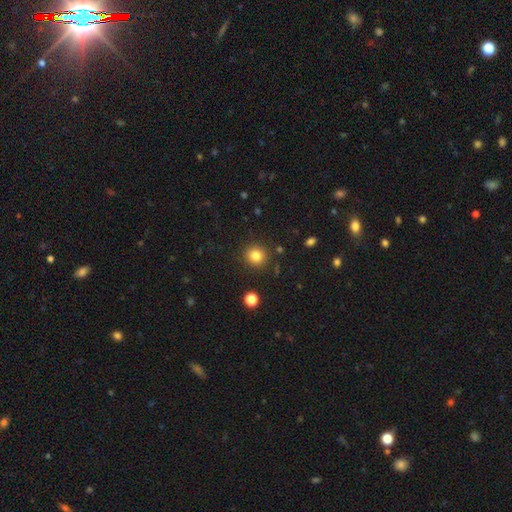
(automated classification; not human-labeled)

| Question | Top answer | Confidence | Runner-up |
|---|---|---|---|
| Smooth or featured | smooth | 82% | star or artifact (12%) |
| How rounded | round | 92% | in between (7%) |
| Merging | none | 89% | minor disturbance (6%) |